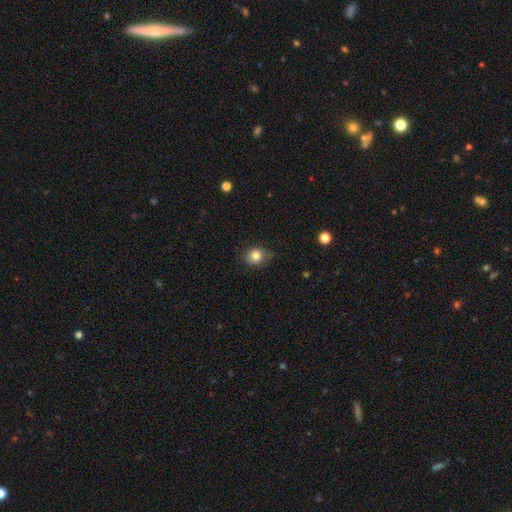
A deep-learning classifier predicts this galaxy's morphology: The model was most divided on "how rounded": round: 75%, in between: 24%, cigar-shaped: 1%. More confident: smooth or featured — smooth (83%); merging — none (78%).